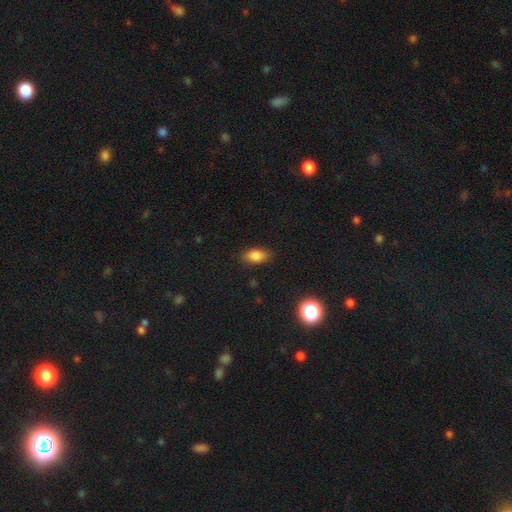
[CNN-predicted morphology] type=smooth (84%); roundness=in between (88%); merging=none (84%).